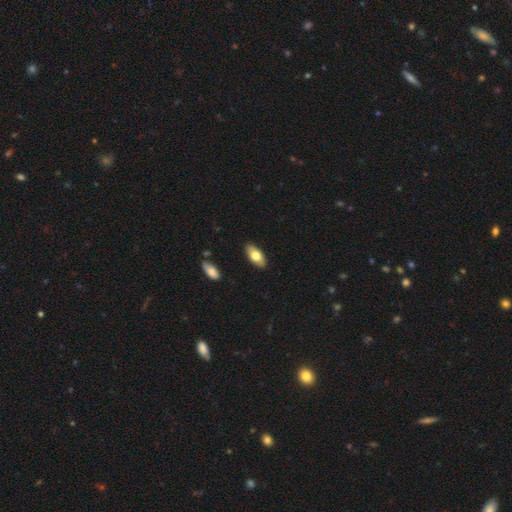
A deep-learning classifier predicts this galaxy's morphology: The model was most divided on "smooth or featured": smooth: 72%, featured or disk: 22%, star or artifact: 6%. More confident: how rounded — in between (89%); merging — none (88%).